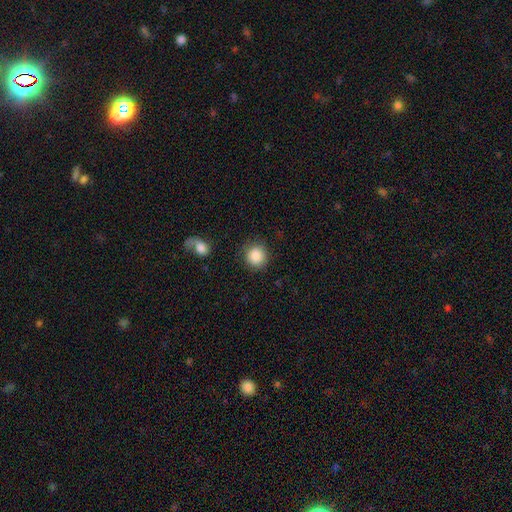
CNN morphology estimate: This is clearly a smooth galaxy (88%). How rounded: clearly round (89%). Merging: clearly none (84%).